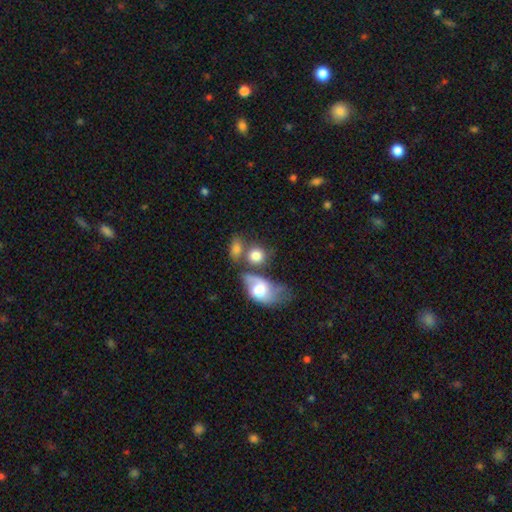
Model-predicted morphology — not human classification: smooth_or_featured: smooth (p=0.75) [alt: featured or disk p=0.16]
how_rounded: round (p=0.57) [alt: in between p=0.41]
merging: none (p=0.38) [tied with: merger p=0.38]